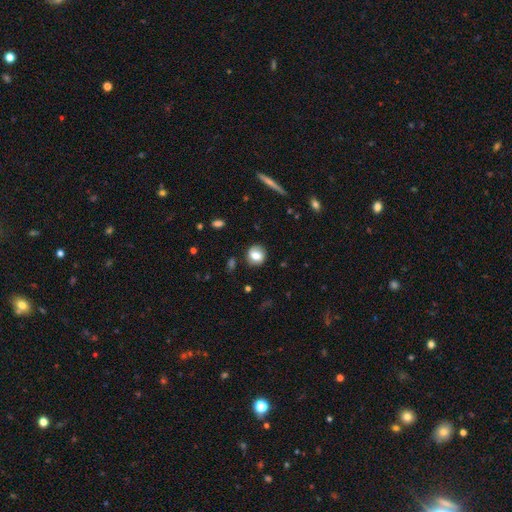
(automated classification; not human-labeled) Overall: smooth (70%). How rounded: round (82%). Merging: none (84%).